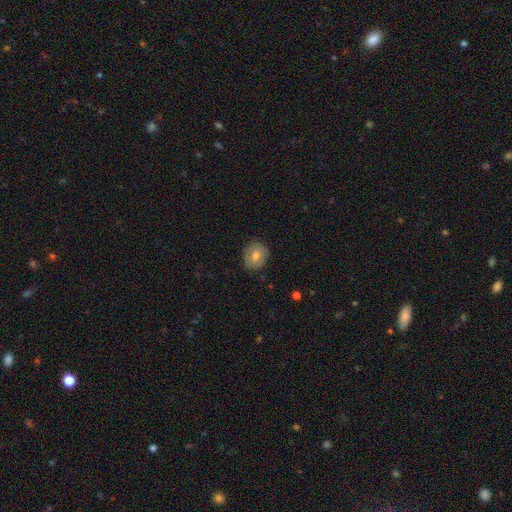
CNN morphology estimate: smooth-or-featured: smooth: 67% | featured or disk: 22% | star or artifact: 10%
  how-rounded: round: 75% | in between: 24% | cigar-shaped: 1%
  merging: none: 85% | minor disturbance: 11% | major disturbance: 3% | merger: 1%